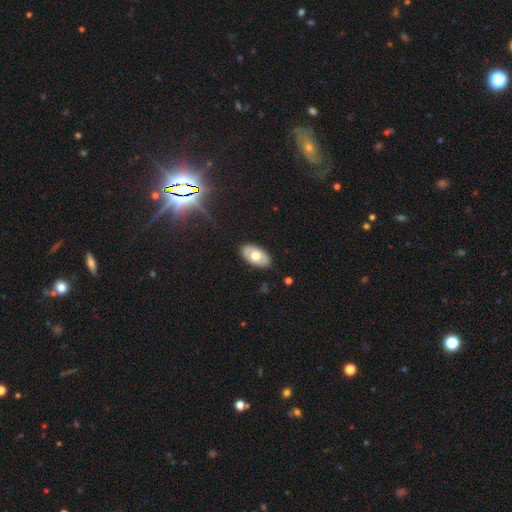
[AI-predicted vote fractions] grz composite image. It shows a smooth galaxy with no disk features (62%) that is in between round and cigar-shaped (93%). Merging: none (87%).